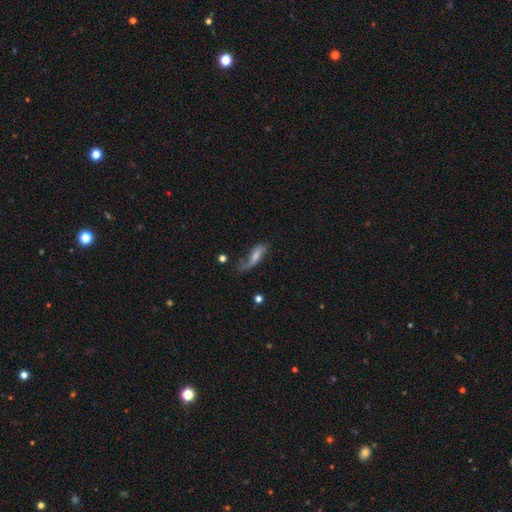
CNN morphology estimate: type=featured or disk (49%); merging=none (40%).